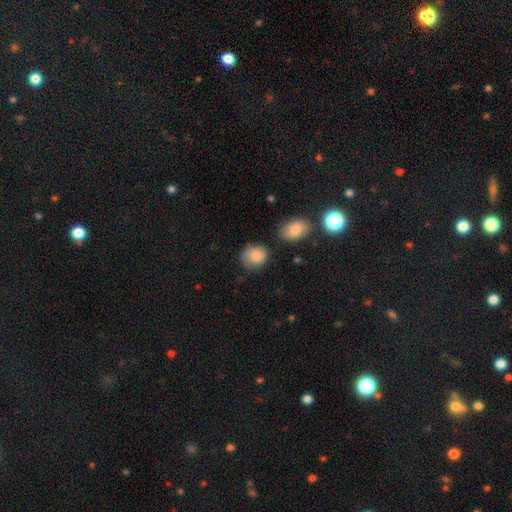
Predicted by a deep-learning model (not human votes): smooth-or-featured: smooth: 84% | featured or disk: 9% | star or artifact: 7%
  how-rounded: round: 67% | in between: 32% | cigar-shaped: 1%
  merging: none: 61% | minor disturbance: 26% | major disturbance: 8% | merger: 4%